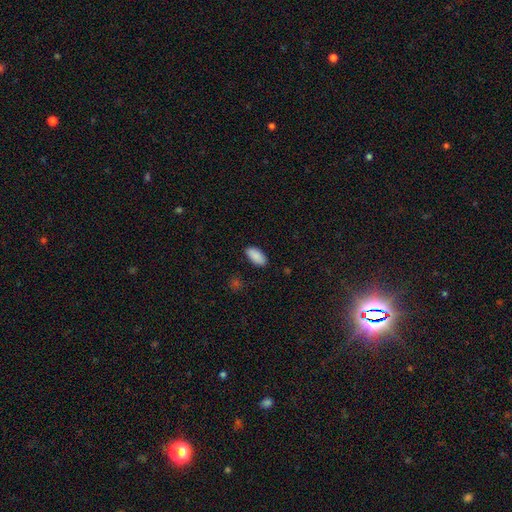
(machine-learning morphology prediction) Smooth or featured?
  - smooth: 90% *
  - star or artifact: 7%
  - featured or disk: 4%
How rounded?
  - in between: 93% *
  - cigar-shaped: 5%
  - round: 2%
Merging?
  - none: 87% *
  - minor disturbance: 9%
  - major disturbance: 2%
  - merger: 1%